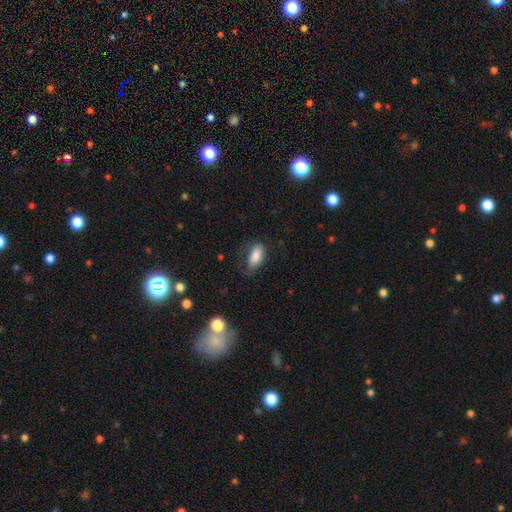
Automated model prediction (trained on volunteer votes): Smooth or featured?
  - smooth: 82% *
  - featured or disk: 11%
  - star or artifact: 7%
How rounded?
  - in between: 91% *
  - cigar-shaped: 6%
  - round: 3%
Merging?
  - none: 55% *
  - minor disturbance: 27%
  - major disturbance: 16%
  - merger: 2%